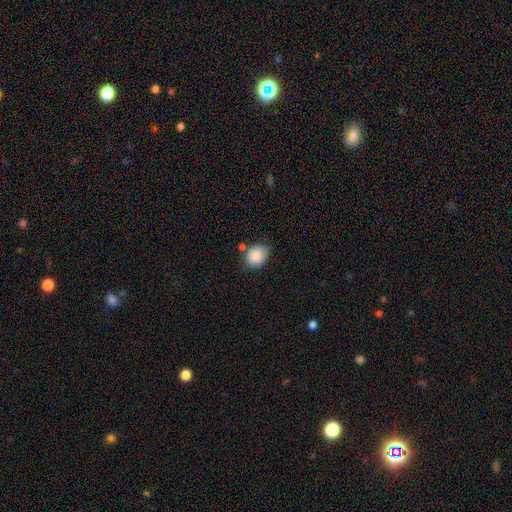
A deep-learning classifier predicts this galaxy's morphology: smooth-or-featured: smooth: 86% | star or artifact: 8% | featured or disk: 6%
  how-rounded: in between: 55% | round: 44% | cigar-shaped: 1%
  merging: none: 62% | minor disturbance: 23% | merger: 9% | major disturbance: 5%